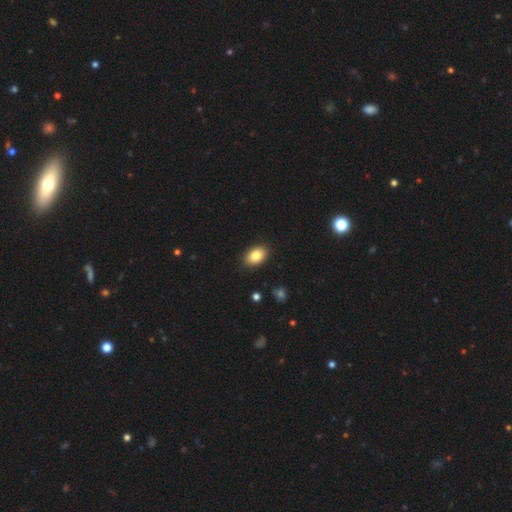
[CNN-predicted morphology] This appears to be a smooth galaxy with no disk features (84%) that is in between round and cigar-shaped (88%). Merging: none (89%).